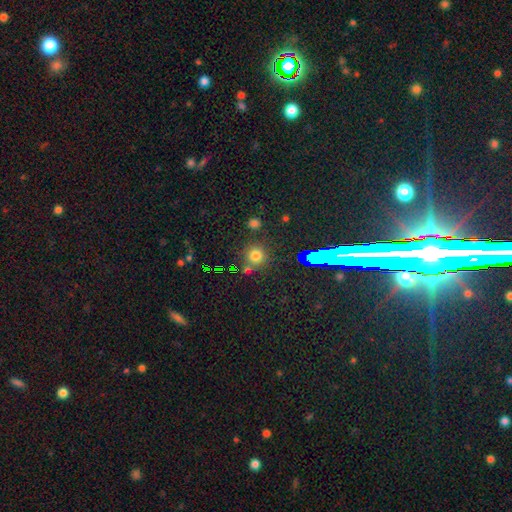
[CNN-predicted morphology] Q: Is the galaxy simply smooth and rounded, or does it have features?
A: smooth — 68%.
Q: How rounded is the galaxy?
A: round — 91%.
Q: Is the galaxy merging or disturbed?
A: none — 74%.